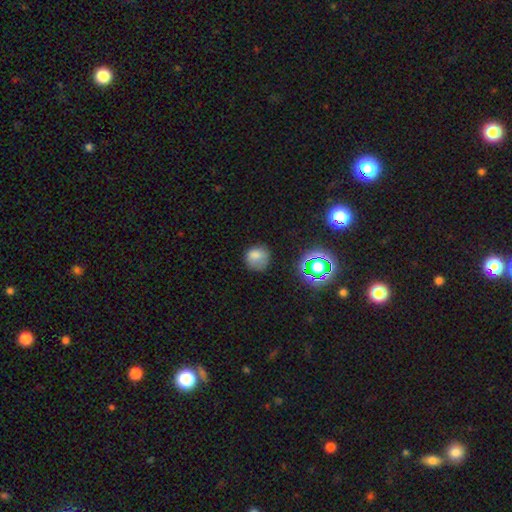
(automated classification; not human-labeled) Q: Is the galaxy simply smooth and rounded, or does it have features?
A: smooth — 75%.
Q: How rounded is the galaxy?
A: round — 82%.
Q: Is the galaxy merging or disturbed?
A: none — 66%.